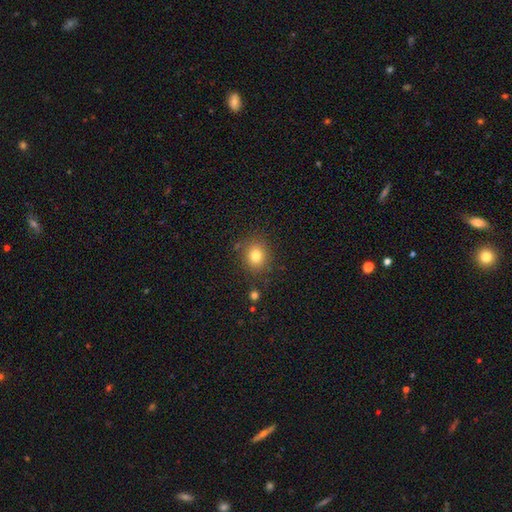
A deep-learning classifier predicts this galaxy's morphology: Q: Smooth or featured?
A: smooth (80%); runner-up: star or artifact (13%)
Q: How rounded?
A: round (76%); runner-up: in between (23%)
Q: Merging?
A: none (84%); runner-up: minor disturbance (10%)